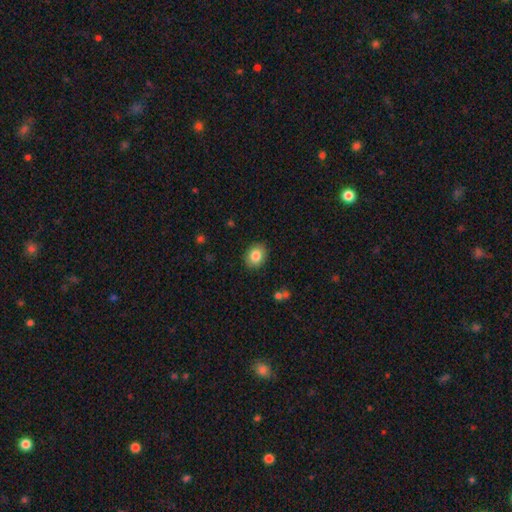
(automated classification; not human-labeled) A smooth galaxy with no disk features (84%) that is in between round and cigar-shaped (51%). Merging: none (89%).